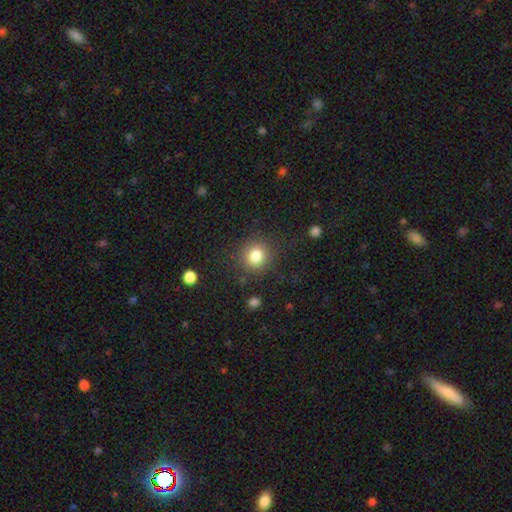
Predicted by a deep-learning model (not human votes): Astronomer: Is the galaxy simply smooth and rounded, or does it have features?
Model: smooth — 82%.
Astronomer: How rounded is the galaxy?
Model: round — 91%.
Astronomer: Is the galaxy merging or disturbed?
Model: none — 86%.